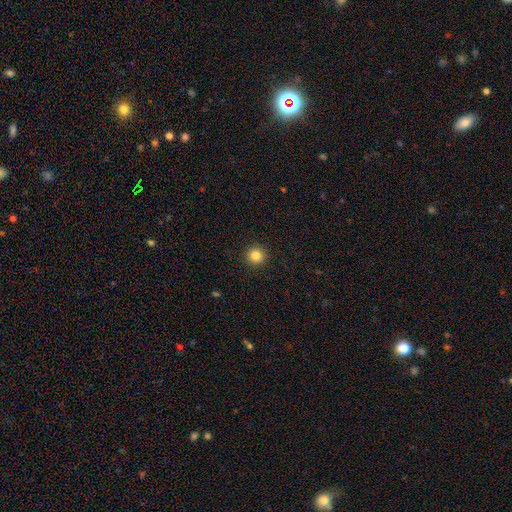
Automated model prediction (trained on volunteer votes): A smooth galaxy with no disk features (85%) that is round (95%).

Vote fractions:
- Smooth or featured? smooth: 85% / star or artifact: 11% / featured or disk: 4%
- How rounded? round: 95% / in between: 4% / cigar-shaped: 1%
- Merging? none: 93% / minor disturbance: 4% / major disturbance: 2% / merger: 1%